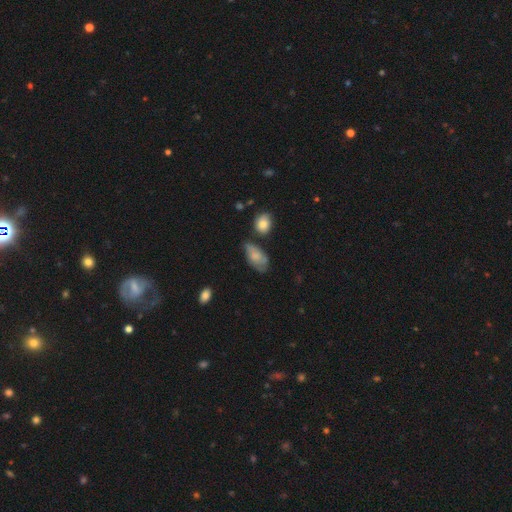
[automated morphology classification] smooth 62%, featured or disk 29%, star or artifact 8%. Down the decision tree: how rounded — in between (91%); merging — none (45%).